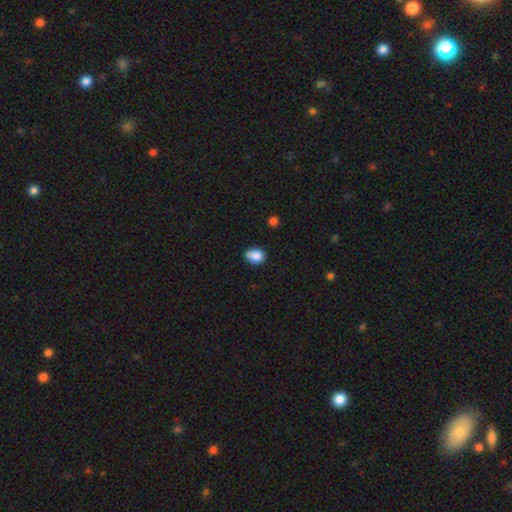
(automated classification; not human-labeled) Morphology: type=smooth (85%); roundness=in between (56%); merging=none (59%).